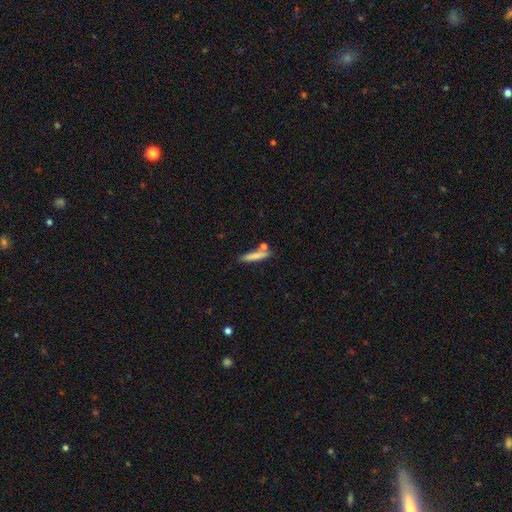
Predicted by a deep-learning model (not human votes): A smooth galaxy with no disk features (78%) that is cigar-shaped (88%).

Vote fractions:
- Smooth or featured? smooth: 78% / featured or disk: 16% / star or artifact: 7%
- How rounded? cigar-shaped: 88% / in between: 9% / round: 2%
- Merging? none: 70% / minor disturbance: 13% / merger: 13% / major disturbance: 3%